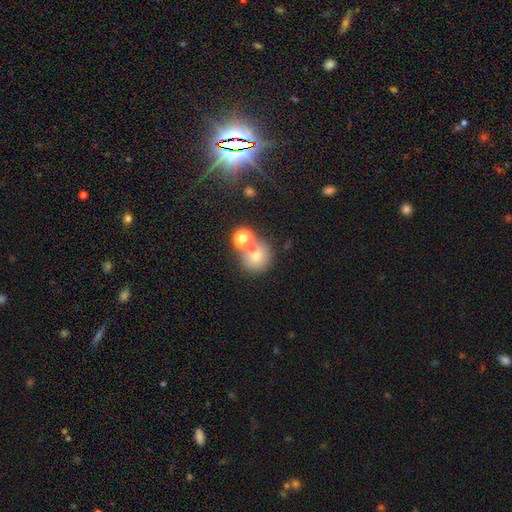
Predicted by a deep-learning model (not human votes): A smooth galaxy with no disk features (70%) that is round (87%). Merging: none (49%).